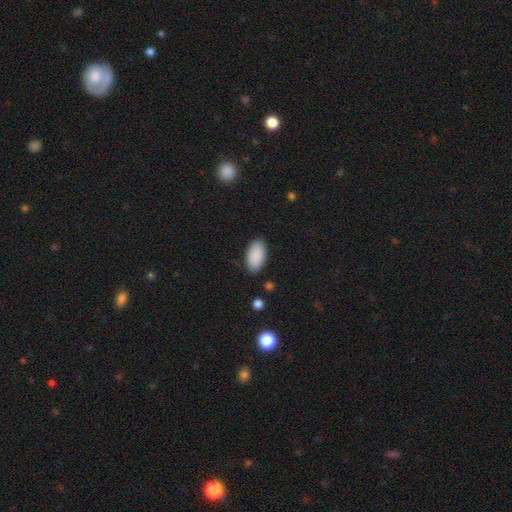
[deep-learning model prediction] Smooth or featured? Predicted: smooth (p=0.90). How rounded? Predicted: in between (p=0.95). Merging? Predicted: none (p=0.86).